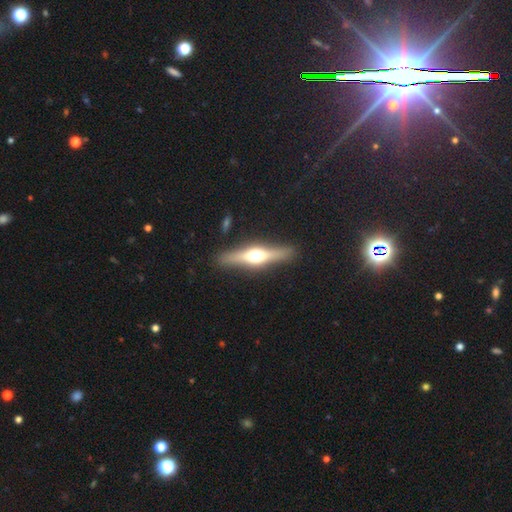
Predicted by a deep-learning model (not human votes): The model was most divided on "smooth or featured": featured or disk: 68%, smooth: 26%, star or artifact: 6%. More confident: edge-on disk — yes (96%); edge-on bulge — rounded (96%); merging — none (89%).